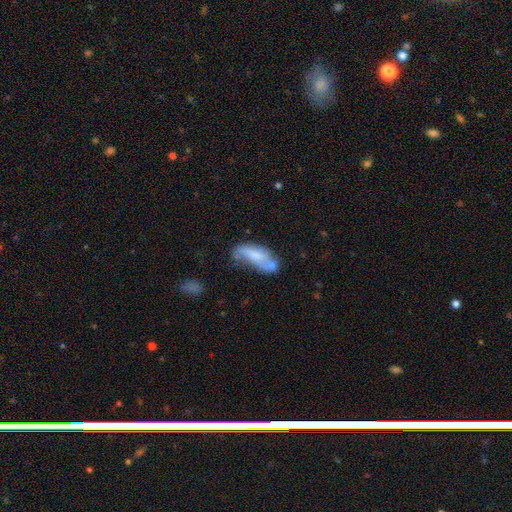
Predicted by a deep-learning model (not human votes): Smooth or featured? smooth (52%)
How rounded? in between (76%)
Merging? none (28%)